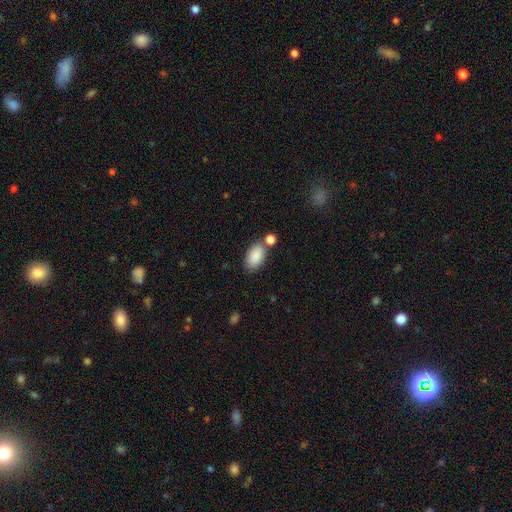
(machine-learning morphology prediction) Overall: smooth (88%). How rounded: in between (94%). Merging: none (66%).